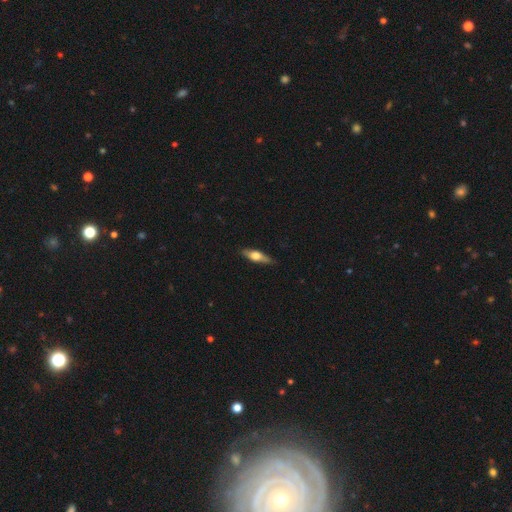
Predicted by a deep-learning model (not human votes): Smooth or featured?
  - smooth: 49% *
  - featured or disk: 45%
  - star or artifact: 6%
Merging?
  - none: 84% *
  - minor disturbance: 13%
  - major disturbance: 2%
  - merger: 1%